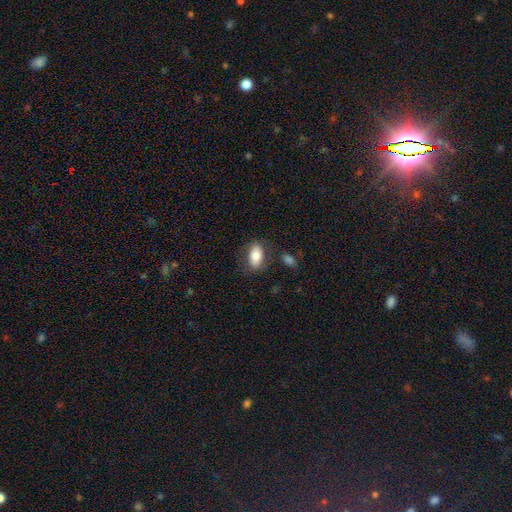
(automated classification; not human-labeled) A smooth galaxy with no disk features (79%) that is in between round and cigar-shaped (90%).

Vote fractions:
- Smooth or featured? smooth: 79% / featured or disk: 14% / star or artifact: 7%
- How rounded? in between: 90% / round: 6% / cigar-shaped: 5%
- Merging? none: 77% / minor disturbance: 14% / major disturbance: 5% / merger: 4%